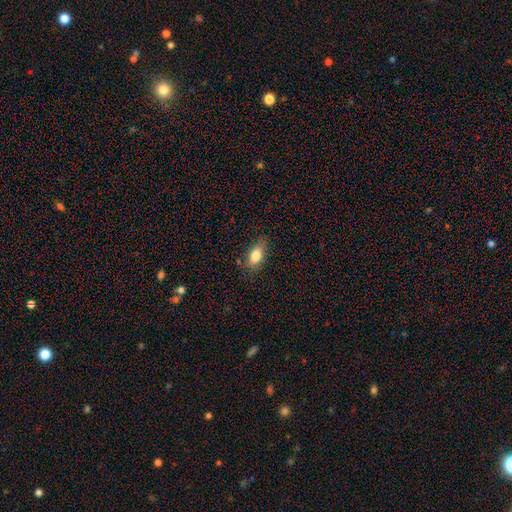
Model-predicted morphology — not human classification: Overall: smooth (81%). How rounded: in between (86%). Merging: none (79%).